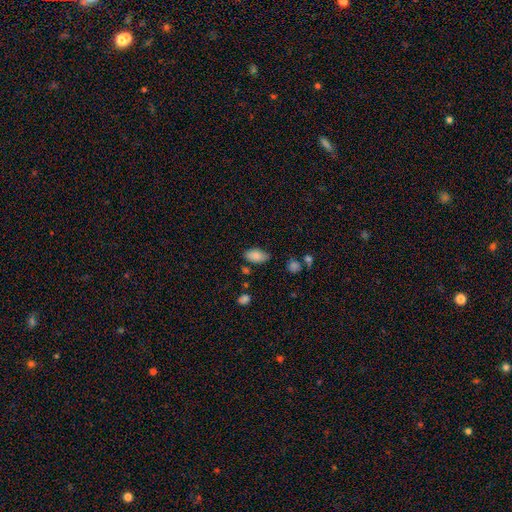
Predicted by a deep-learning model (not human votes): Smooth or featured: smooth — 84% (featured or disk — 8%)
How rounded: in between — 93% (cigar-shaped — 3%)
Merging: none — 74% (minor disturbance — 19%)